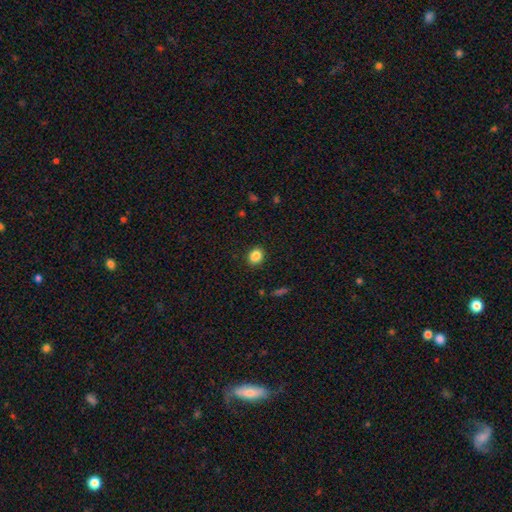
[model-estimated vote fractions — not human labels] Overall: smooth (86%). How rounded: round (61%; in between 38%). Merging: none (89%).